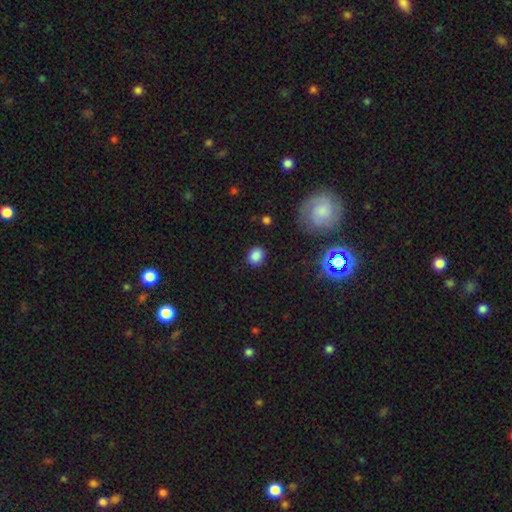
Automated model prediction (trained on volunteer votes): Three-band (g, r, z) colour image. It shows a smooth galaxy with no disk features (83%) that is round (63%). Merging: none (84%).